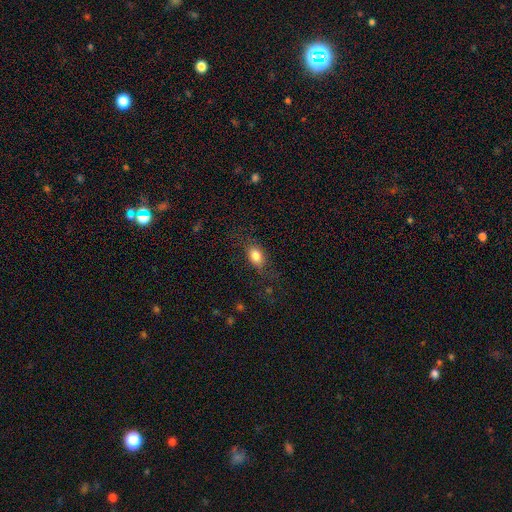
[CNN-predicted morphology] type=smooth (81%); roundness=in between (84%); merging=none (73%).